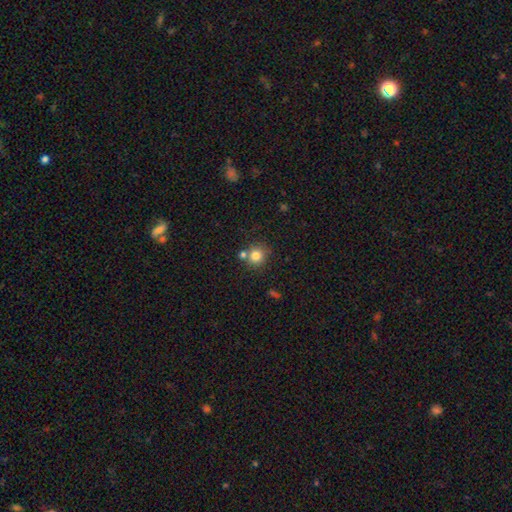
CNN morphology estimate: Smooth or featured?
  - smooth: 80% *
  - star or artifact: 11%
  - featured or disk: 8%
How rounded?
  - round: 89% *
  - in between: 10%
  - cigar-shaped: 1%
Merging?
  - none: 67% *
  - merger: 20%
  - minor disturbance: 10%
  - major disturbance: 3%